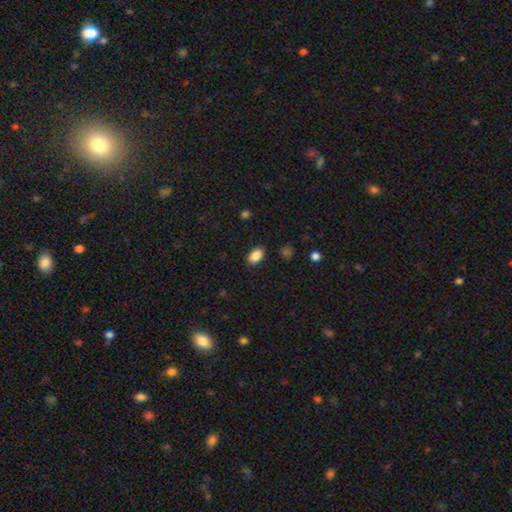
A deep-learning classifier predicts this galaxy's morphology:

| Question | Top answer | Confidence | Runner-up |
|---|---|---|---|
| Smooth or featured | smooth | 87% | star or artifact (8%) |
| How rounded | in between | 90% | round (8%) |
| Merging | none | 86% | minor disturbance (10%) |